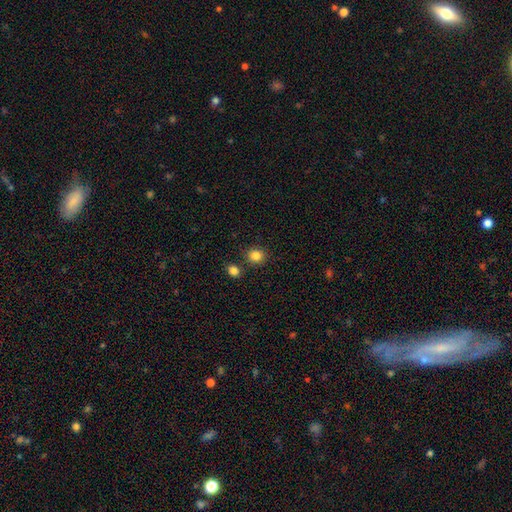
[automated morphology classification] Q: Smooth or featured?
A: smooth (85%); runner-up: star or artifact (11%)
Q: How rounded?
A: round (82%); runner-up: in between (17%)
Q: Merging?
A: none (82%); runner-up: minor disturbance (8%)